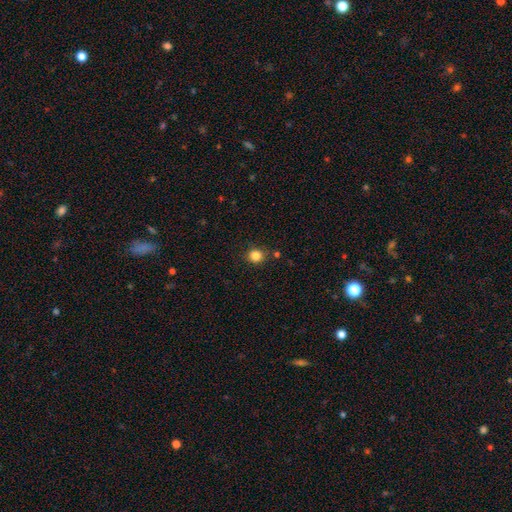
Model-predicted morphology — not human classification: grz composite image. It shows a smooth galaxy with no disk features (84%) that is round (86%). Merging: none (86%).